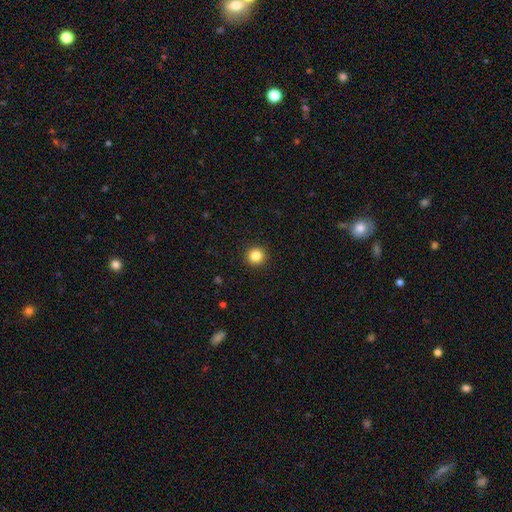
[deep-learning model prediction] The model was most divided on "smooth or featured": smooth: 84%, star or artifact: 11%, featured or disk: 4%. More confident: how rounded — round (95%); merging — none (93%).